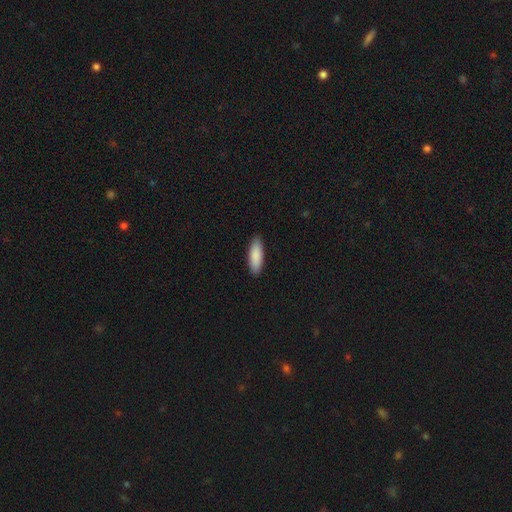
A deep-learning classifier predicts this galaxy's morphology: type=smooth (89%); roundness=in between (57%); merging=none (90%).